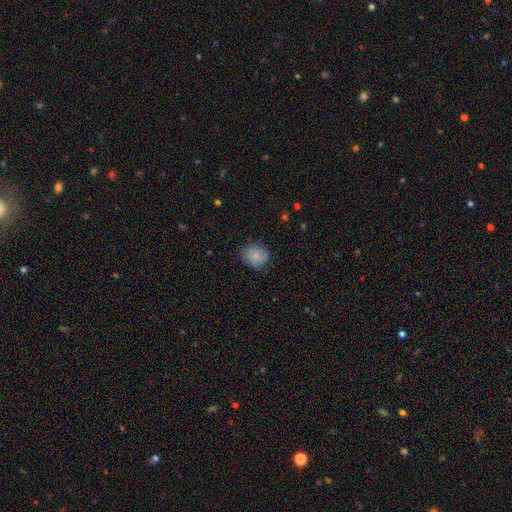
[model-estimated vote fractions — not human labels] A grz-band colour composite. It shows a smooth galaxy with no disk features (80%) that is round (64%). Merging: none (74%).